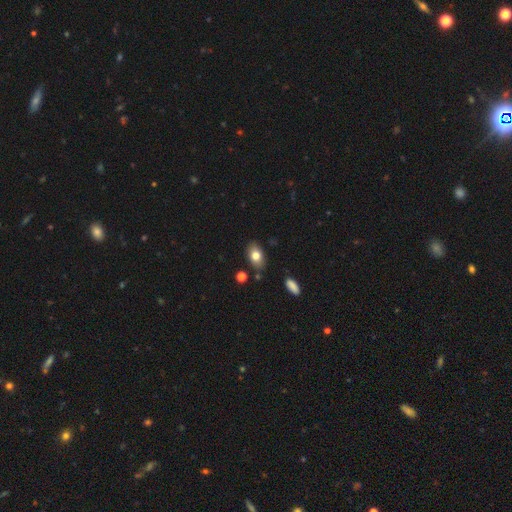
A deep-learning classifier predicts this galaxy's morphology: smooth_or_featured: smooth (p=0.77) [alt: featured or disk p=0.15]
how_rounded: in between (p=0.88) [alt: round p=0.10]
merging: none (p=0.83) [alt: minor disturbance p=0.12]